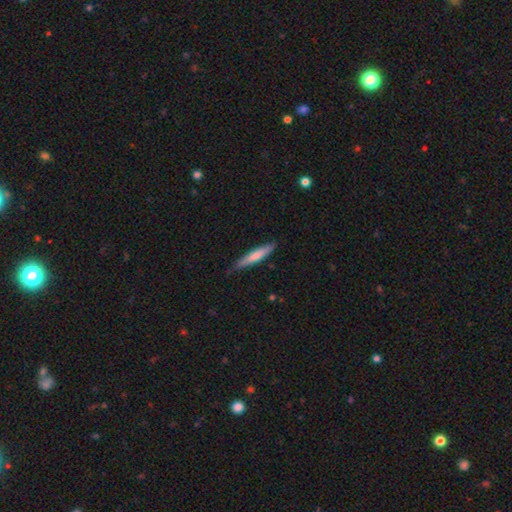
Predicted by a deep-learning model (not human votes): Morphology: type=smooth (68%); roundness=cigar-shaped (91%); merging=none (81%).